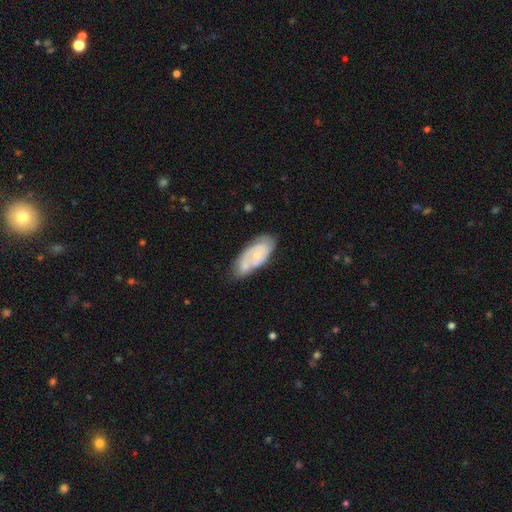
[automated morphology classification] Smooth or featured: featured or disk — 64% (smooth — 30%)
Edge-on disk: no — 93% (yes — 7%)
Bar: no — 74% (weak — 22%)
Spiral arms: yes — 76% (no — 24%)
Bulge size: small — 65% (moderate — 25%)
Merging: none — 54% (minor disturbance — 24%)